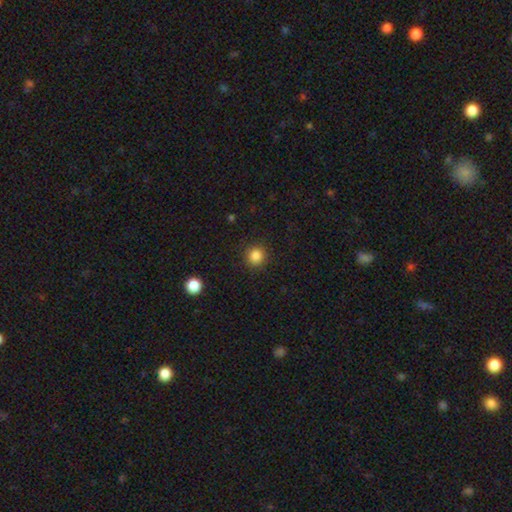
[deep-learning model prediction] Smooth or featured? smooth (85%)
How rounded? round (93%)
Merging? none (91%)